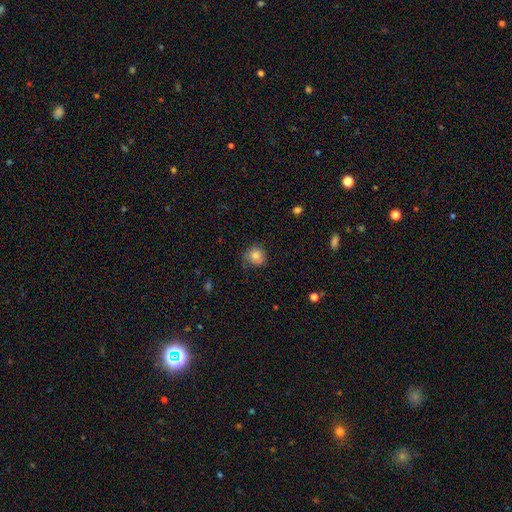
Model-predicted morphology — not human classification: smooth-or-featured: smooth: 82% | star or artifact: 10% | featured or disk: 8%
  how-rounded: round: 88% | in between: 11% | cigar-shaped: 1%
  merging: none: 71% | minor disturbance: 22% | major disturbance: 5% | merger: 2%